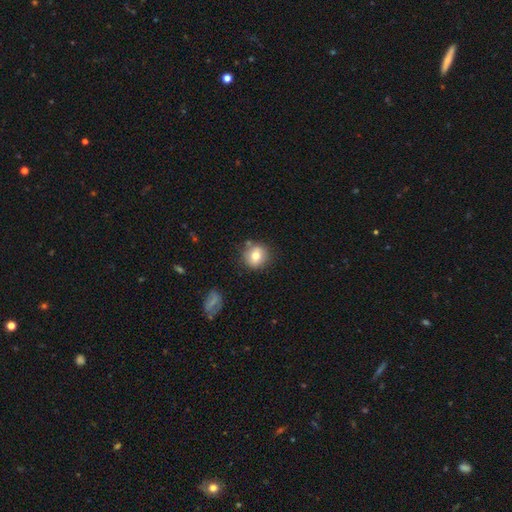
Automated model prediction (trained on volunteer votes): A smooth galaxy with no disk features (76%) that is round (87%).

Vote fractions:
- Smooth or featured? smooth: 76% / featured or disk: 14% / star or artifact: 10%
- How rounded? round: 87% / in between: 12% / cigar-shaped: 1%
- Merging? none: 80% / minor disturbance: 12% / merger: 5% / major disturbance: 3%